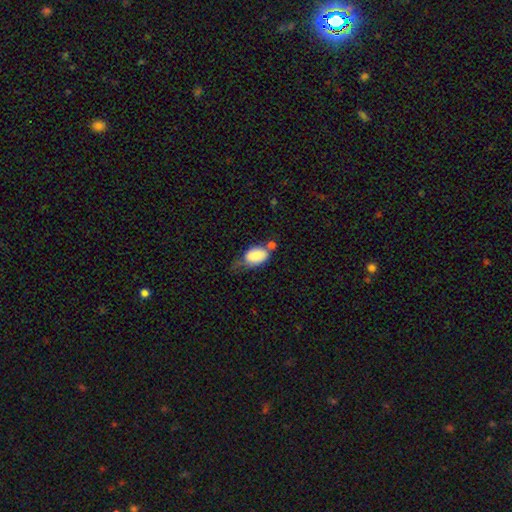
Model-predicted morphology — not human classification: The model was most divided on "merging": minor disturbance: 31%, none: 29%, merger: 23%, major disturbance: 17%. More confident: how rounded — in between (88%); smooth or featured — smooth (81%).